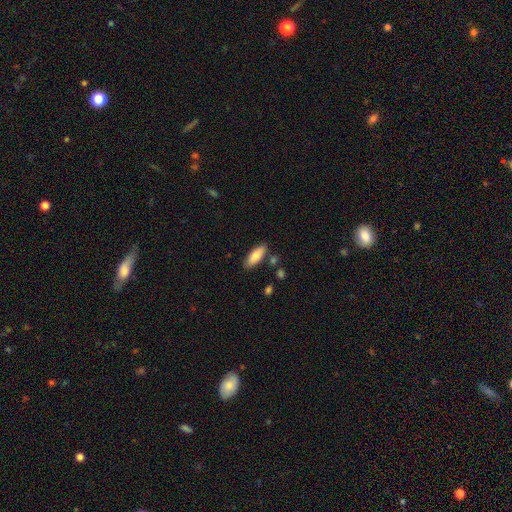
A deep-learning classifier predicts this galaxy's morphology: The model was most divided on "how rounded": in between: 71%, cigar-shaped: 27%, round: 2%. More confident: merging — none (82%); smooth or featured — smooth (81%).